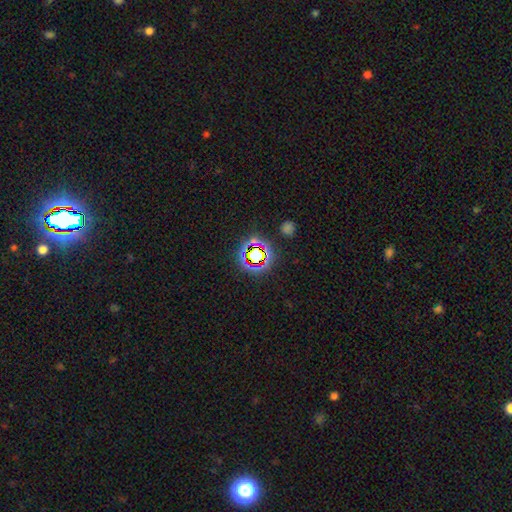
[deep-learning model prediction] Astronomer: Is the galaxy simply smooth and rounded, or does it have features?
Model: star or artifact — 65%.